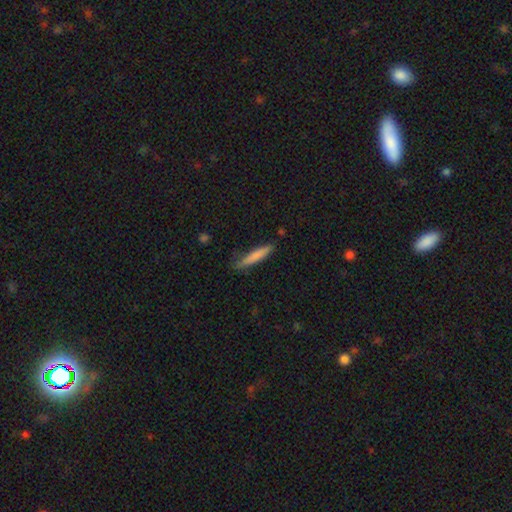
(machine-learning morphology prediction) The model was most divided on "merging": none: 74%, minor disturbance: 20%, major disturbance: 4%, merger: 2%. More confident: how rounded — cigar-shaped (91%); smooth or featured — smooth (78%).